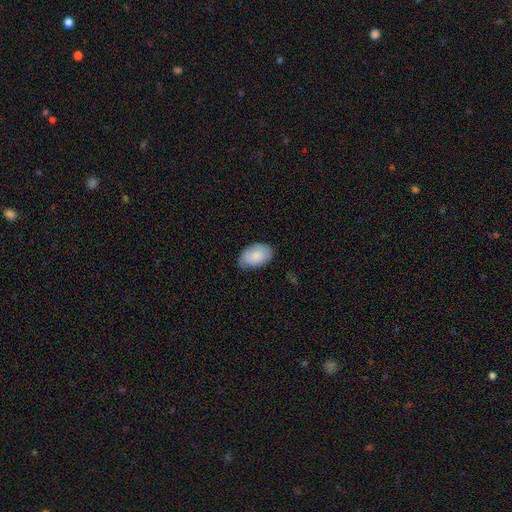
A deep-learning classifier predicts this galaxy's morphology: The model was most divided on "merging": none: 69%, minor disturbance: 26%, major disturbance: 4%, merger: 1%. More confident: how rounded — in between (91%); smooth or featured — smooth (81%).